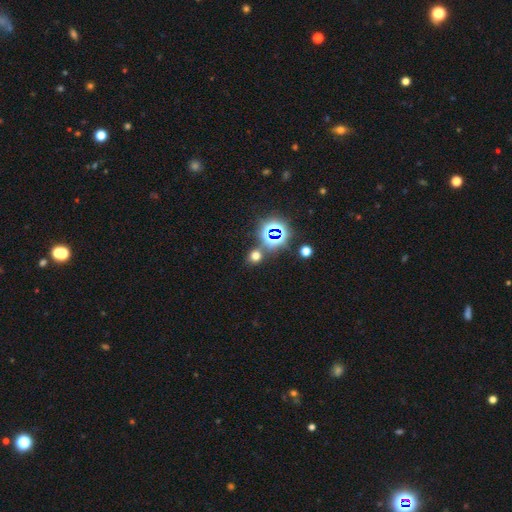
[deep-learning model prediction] Smooth or featured? Predicted: smooth (p=0.55). How rounded? Predicted: round (p=0.80). Merging? Predicted: none (p=0.76).